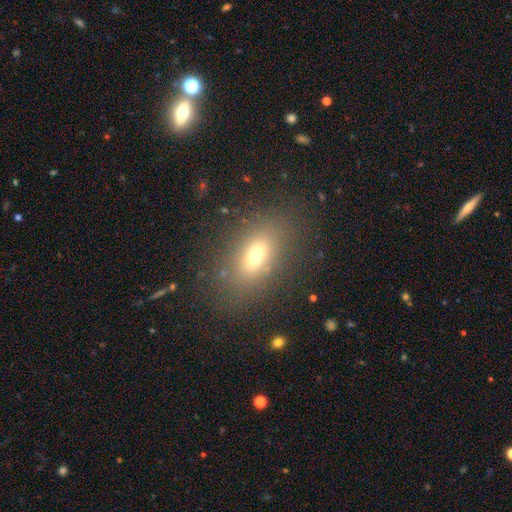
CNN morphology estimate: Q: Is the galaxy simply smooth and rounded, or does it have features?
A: smooth — 65%.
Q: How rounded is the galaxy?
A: in between — 81%.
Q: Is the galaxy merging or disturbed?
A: none — 81%.